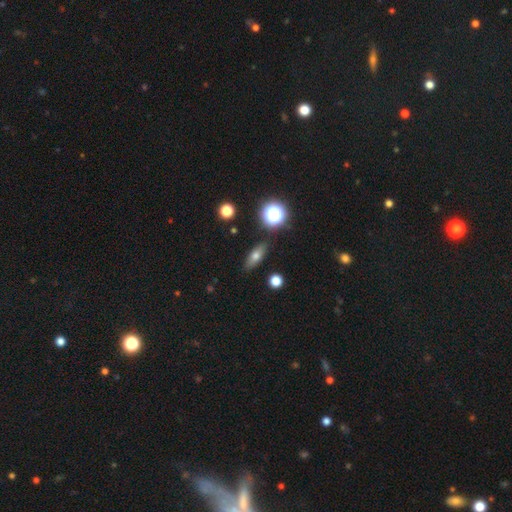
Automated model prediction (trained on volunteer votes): Smooth or featured: smooth — 67% (featured or disk — 21%)
How rounded: in between — 61% (cigar-shaped — 27%)
Merging: none — 87% (minor disturbance — 9%)